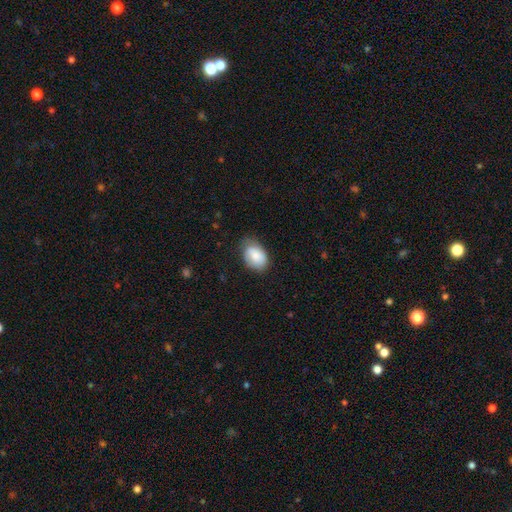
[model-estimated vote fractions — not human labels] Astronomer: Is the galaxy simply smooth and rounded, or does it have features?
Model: smooth — 81%.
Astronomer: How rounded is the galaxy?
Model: in between — 84%.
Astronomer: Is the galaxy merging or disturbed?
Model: none — 63%.